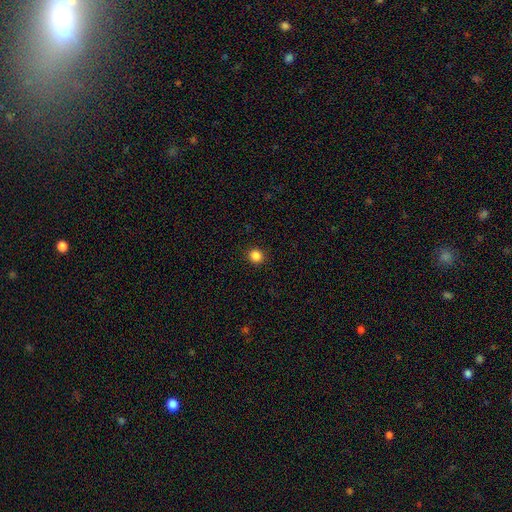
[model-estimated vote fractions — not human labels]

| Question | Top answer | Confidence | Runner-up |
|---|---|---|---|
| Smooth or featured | smooth | 86% | star or artifact (11%) |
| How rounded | round | 89% | in between (10%) |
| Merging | none | 92% | minor disturbance (5%) |